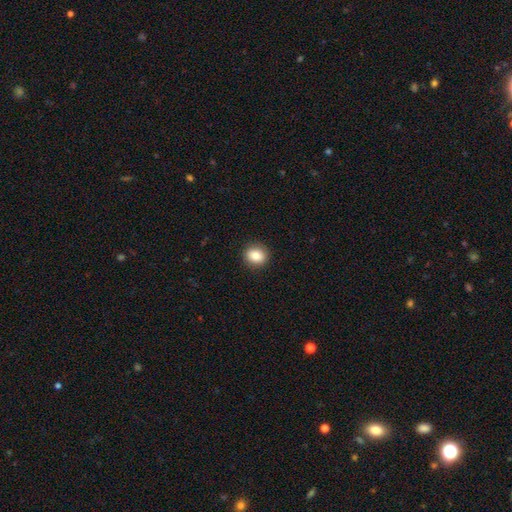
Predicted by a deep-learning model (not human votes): This is clearly a smooth galaxy (82%). How rounded: likely round (75%). Merging: clearly none (90%).